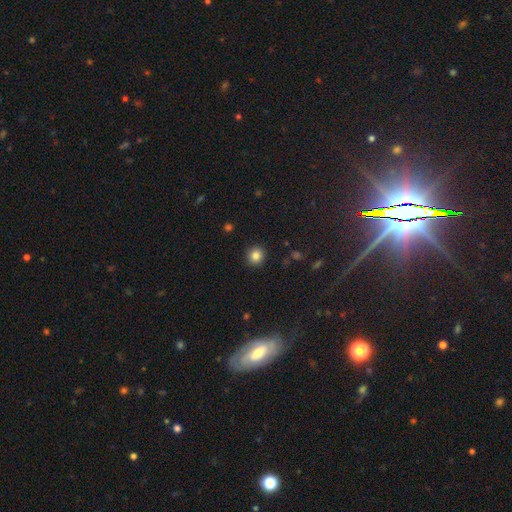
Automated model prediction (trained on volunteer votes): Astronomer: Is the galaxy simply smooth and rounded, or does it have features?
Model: smooth — 83%.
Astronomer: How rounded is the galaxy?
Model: round — 91%.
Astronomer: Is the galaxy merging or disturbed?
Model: none — 92%.